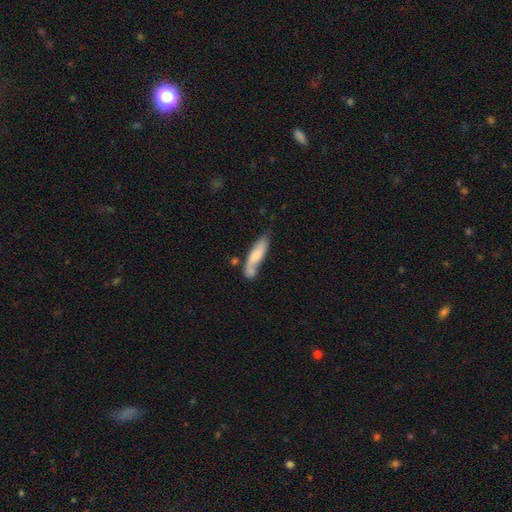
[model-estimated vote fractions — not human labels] Smooth or featured?
  - smooth: 59% *
  - featured or disk: 35%
  - star or artifact: 6%
How rounded?
  - cigar-shaped: 57% *
  - in between: 41%
  - round: 2%
Merging?
  - none: 45% *
  - minor disturbance: 25%
  - merger: 18%
  - major disturbance: 12%